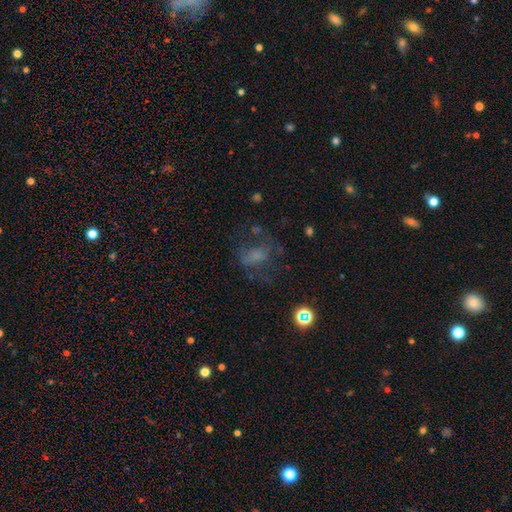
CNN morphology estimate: smooth 40%, featured or disk 36%, star or artifact 24%. Down the decision tree: merging — none (46%).